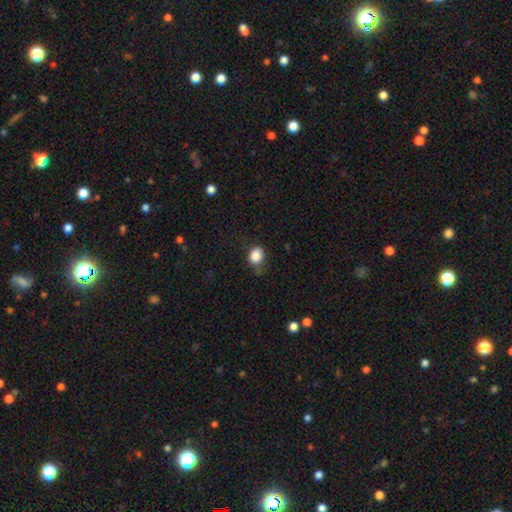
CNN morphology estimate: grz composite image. It shows a smooth galaxy with no disk features (86%) that is round (54%). Merging: none (58%).